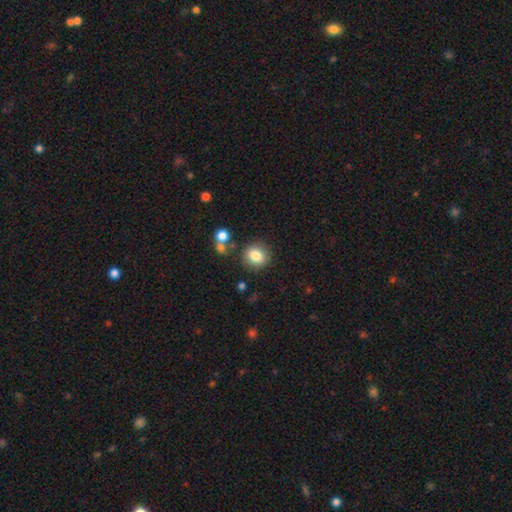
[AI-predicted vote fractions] smooth-or-featured: smooth: 83% | star or artifact: 10% | featured or disk: 7%
  how-rounded: round: 82% | in between: 17% | cigar-shaped: 1%
  merging: none: 82% | minor disturbance: 9% | merger: 6% | major disturbance: 3%